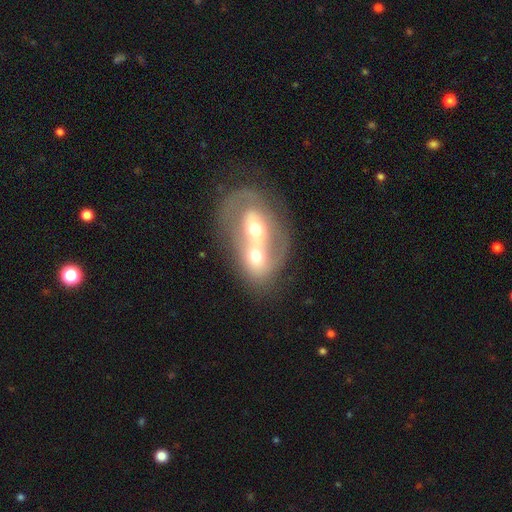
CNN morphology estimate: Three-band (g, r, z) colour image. It shows a smooth galaxy with no disk features (46%). Merging: merger (79%).